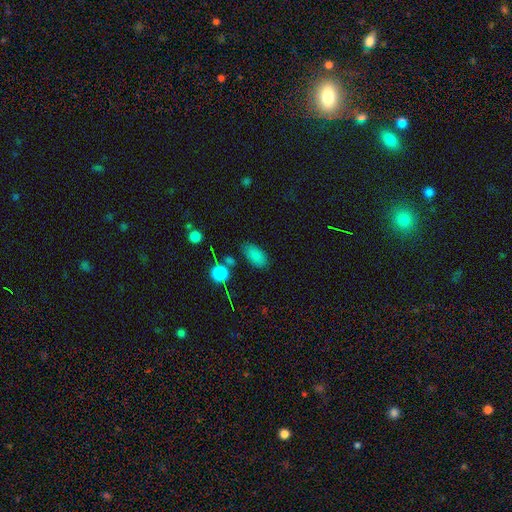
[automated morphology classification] Overall: smooth (81%). How rounded: in between (90%). Merging: none (75%).